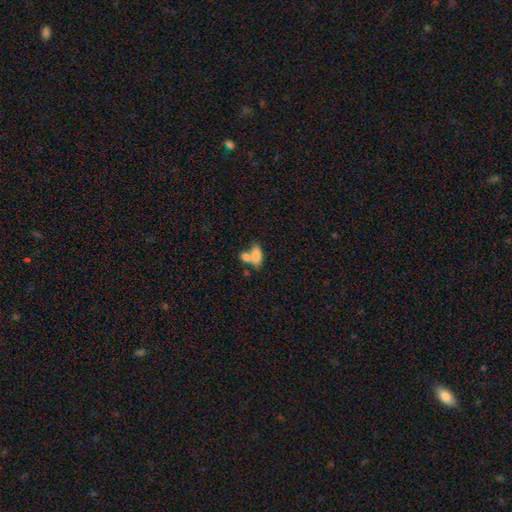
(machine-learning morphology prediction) The model was most divided on "merging": merger: 52%, none: 34%, minor disturbance: 10%, major disturbance: 5%. More confident: how rounded — in between (86%); smooth or featured — smooth (79%).